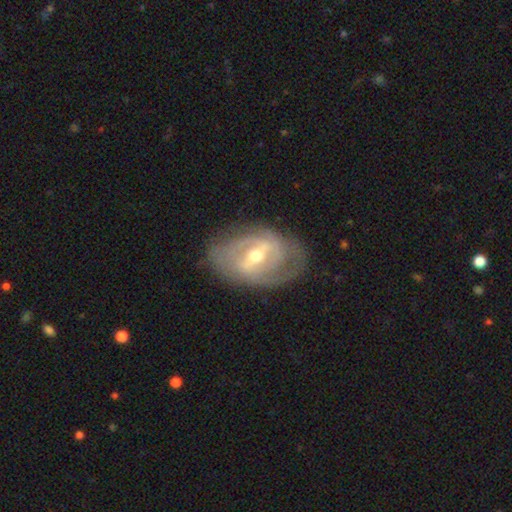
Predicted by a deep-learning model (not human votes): Q: Smooth or featured?
A: featured or disk (82%); runner-up: smooth (12%)
Q: Edge-on disk?
A: no (94%); runner-up: yes (6%)
Q: Bar?
A: strong (50%); runner-up: weak (39%)
Q: Spiral arms?
A: yes (82%); runner-up: no (18%)
Q: Spiral winding?
A: tight (54%); runner-up: medium (34%)
Q: Spiral arm count?
A: 2 (52%); runner-up: can't tell (28%)
Q: Bulge size?
A: moderate (63%); runner-up: small (32%)
Q: Merging?
A: none (73%); runner-up: minor disturbance (18%)